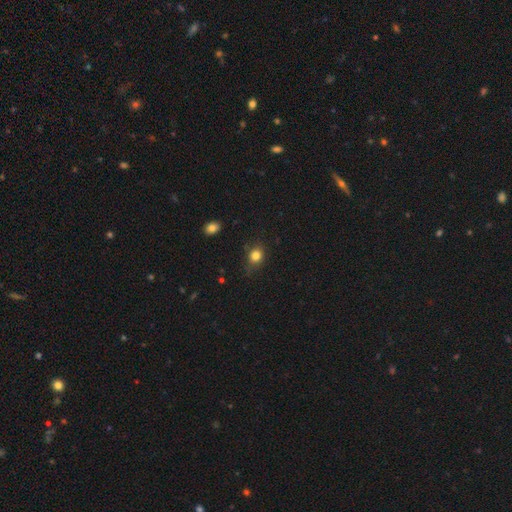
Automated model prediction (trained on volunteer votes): A smooth galaxy with no disk features (82%) that is round (68%). Merging: none (74%).